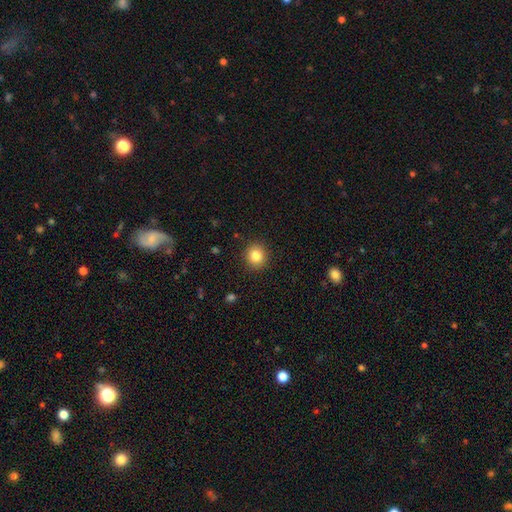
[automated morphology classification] Smooth or featured: smooth — 83% (star or artifact — 11%)
How rounded: round — 89% (in between — 10%)
Merging: none — 91% (minor disturbance — 6%)